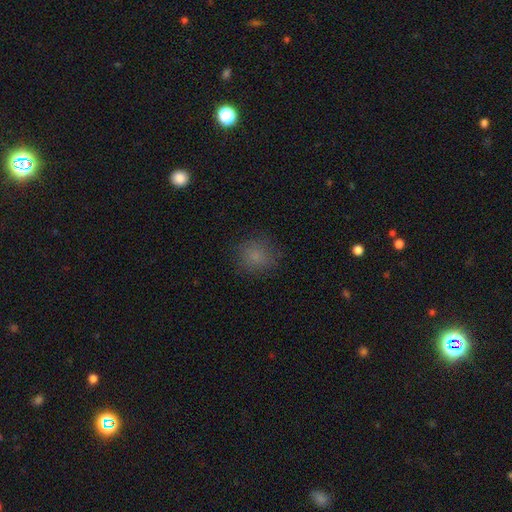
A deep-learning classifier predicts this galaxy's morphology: Smooth or featured? smooth (78%)
How rounded? round (86%)
Merging? none (81%)